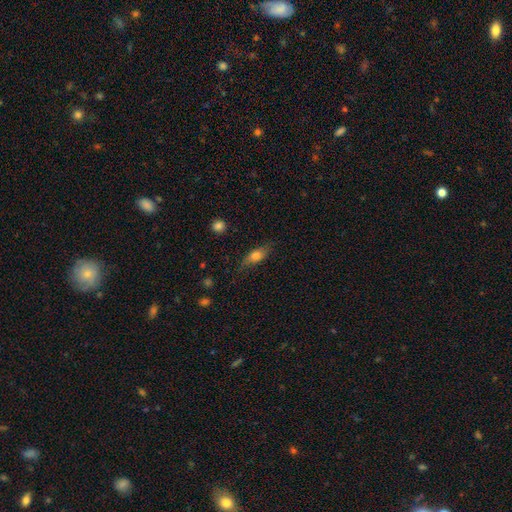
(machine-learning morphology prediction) The model was most divided on "smooth or featured": smooth: 68%, featured or disk: 24%, star or artifact: 8%. More confident: how rounded — in between (72%); merging — none (71%).